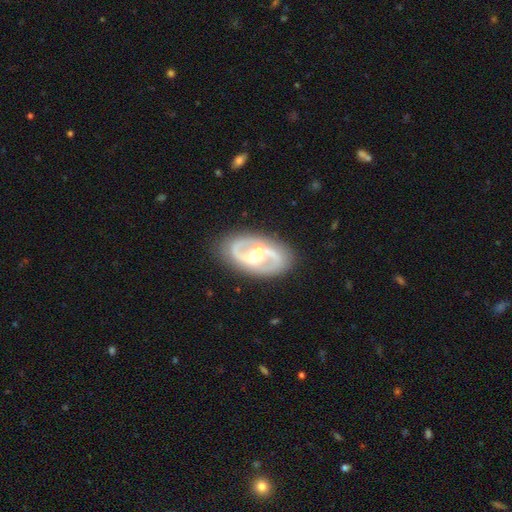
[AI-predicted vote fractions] Smooth or featured?
  - featured or disk: 88% *
  - smooth: 7%
  - star or artifact: 5%
Edge-on disk?
  - no: 96% *
  - yes: 4%
Bar?
  - weak: 39% *
  - strong: 35%
  - no: 26%
Spiral arms?
  - yes: 93% *
  - no: 7%
Spiral winding?
  - medium: 55% *
  - tight: 23%
  - loose: 22%
Spiral arm count?
  - 2: 92% *
  - can't tell: 3%
  - 1: 2%
  - 3: 1%
  - 4: 1%
  - more than 4: 1%
Bulge size?
  - moderate: 66% *
  - small: 20%
  - large: 11%
  - none: 2%
  - dominant: 1%
Merging?
  - none: 82% *
  - minor disturbance: 11%
  - major disturbance: 4%
  - merger: 3%